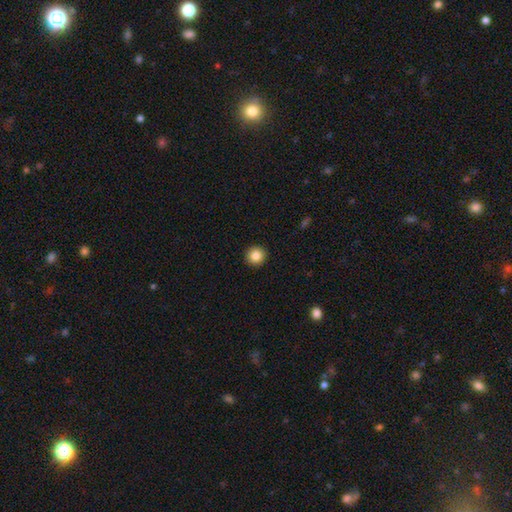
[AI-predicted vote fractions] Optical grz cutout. It shows a smooth galaxy with no disk features (86%) that is round (95%). Merging: none (93%).